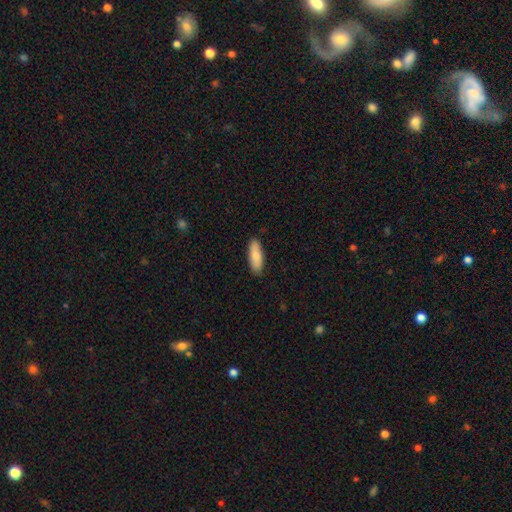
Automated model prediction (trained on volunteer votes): A smooth galaxy with no disk features (82%) that is in between round and cigar-shaped (59%).

Vote fractions:
- Smooth or featured? smooth: 82% / featured or disk: 12% / star or artifact: 5%
- How rounded? in between: 59% / cigar-shaped: 39% / round: 2%
- Merging? none: 88% / minor disturbance: 9% / major disturbance: 2% / merger: 1%